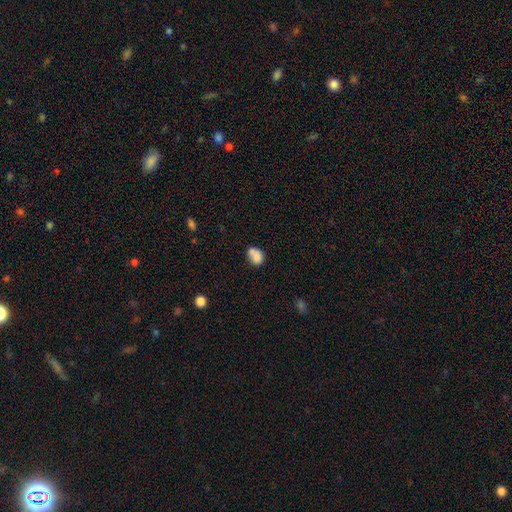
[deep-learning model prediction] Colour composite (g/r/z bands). It shows a smooth galaxy with no disk features (77%) that is in between round and cigar-shaped (62%). Merging: merger (42%).